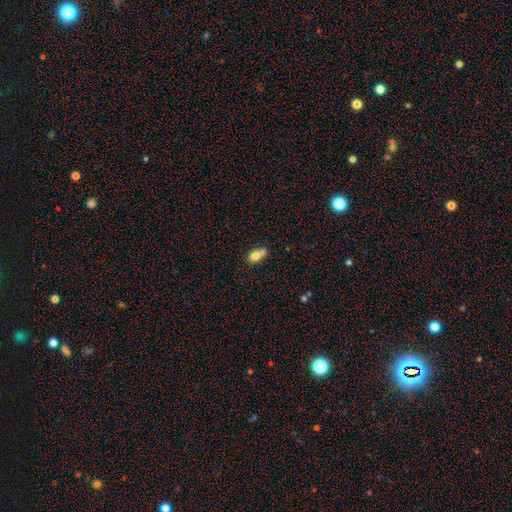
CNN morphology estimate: smooth_or_featured: smooth (p=0.76) [alt: featured or disk p=0.14]
how_rounded: in between (p=0.73) [alt: round p=0.24]
merging: none (p=0.45) [alt: merger p=0.25]